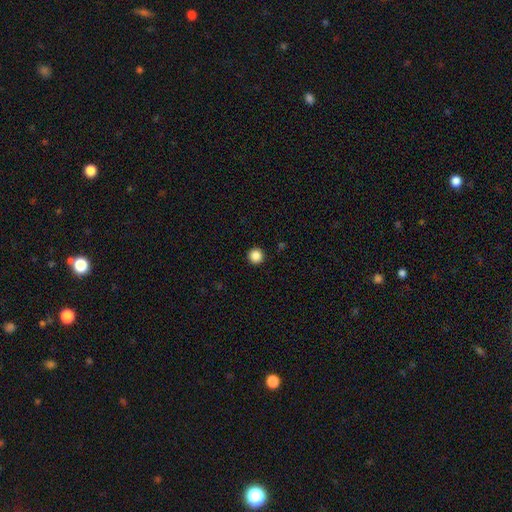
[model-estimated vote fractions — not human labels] Smooth or featured? smooth (87%)
How rounded? round (97%)
Merging? none (94%)